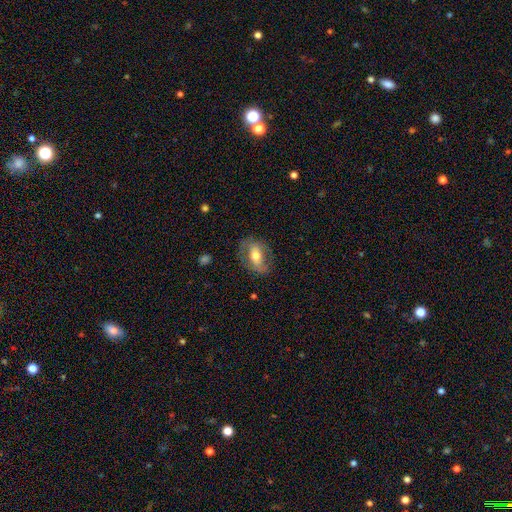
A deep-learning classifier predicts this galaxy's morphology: Smooth or featured: featured or disk — 47% (smooth — 45%)
Merging: none — 74% (minor disturbance — 16%)